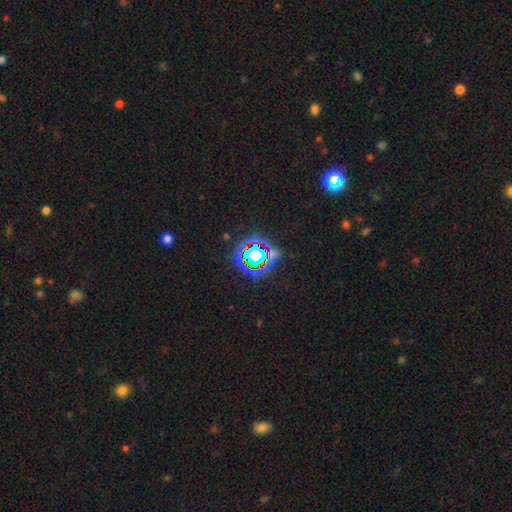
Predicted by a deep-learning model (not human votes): This appears to be a star or artifact, not a galaxy (68%).